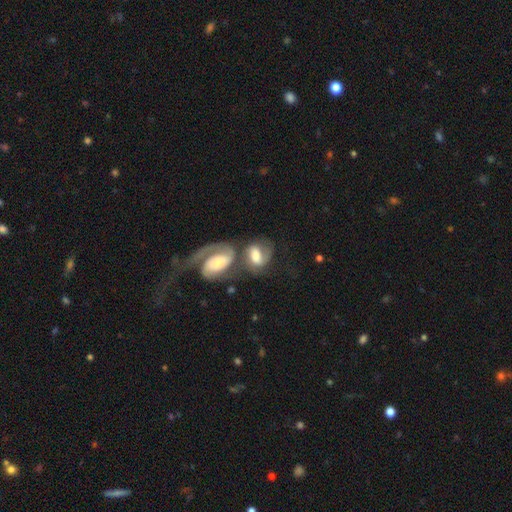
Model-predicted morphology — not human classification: A featured or disk galaxy (58%) with a weak bar (44%), spiral arms (87%) and a moderate central bulge (49%).

Vote fractions:
- Smooth or featured? featured or disk: 58% / smooth: 35% / star or artifact: 7%
- Edge-on disk? no: 95% / yes: 5%
- Bar? weak: 44% / no: 29% / strong: 27%
- Spiral arms? yes: 87% / no: 13%
- Bulge size? moderate: 49% / large: 24% / small: 19% / none: 4% / dominant: 3%
- Merging? merger: 58% / none: 22% / minor disturbance: 10% / major disturbance: 10%